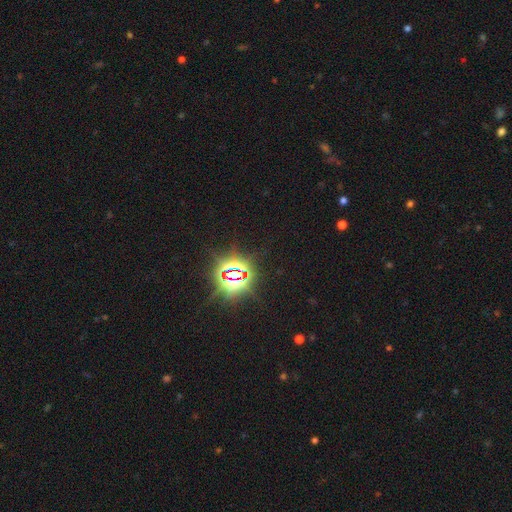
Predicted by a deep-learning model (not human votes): This is clearly a star or artifact rather than a galaxy (82%).